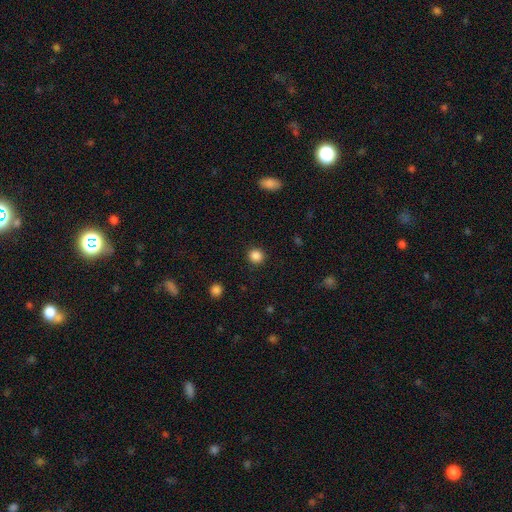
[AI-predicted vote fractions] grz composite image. It shows a smooth galaxy with no disk features (86%) that is round (91%). Merging: none (91%).